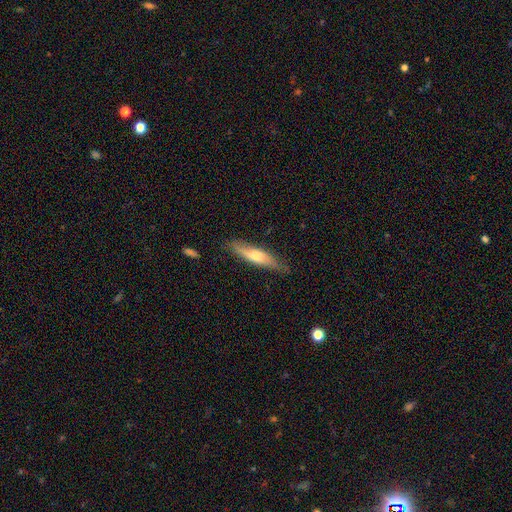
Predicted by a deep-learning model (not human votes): smooth 53%, featured or disk 41%, star or artifact 6%. Down the decision tree: how rounded — cigar-shaped (78%); merging — none (76%).